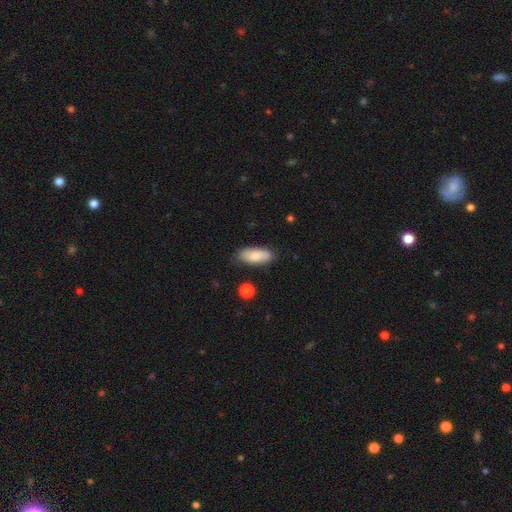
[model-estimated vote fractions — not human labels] Smooth or featured? Predicted: smooth (p=0.77). How rounded? Predicted: in between (p=0.82). Merging? Predicted: none (p=0.79).